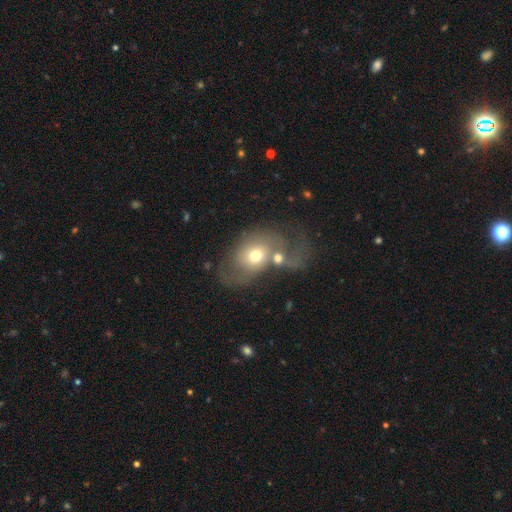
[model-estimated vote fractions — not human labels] smooth-or-featured: featured or disk: 50% | smooth: 41% | star or artifact: 9%
  disk-edge-on: no: 95% | yes: 5%
  merging: merger: 32% | none: 30% | major disturbance: 23% | minor disturbance: 16%